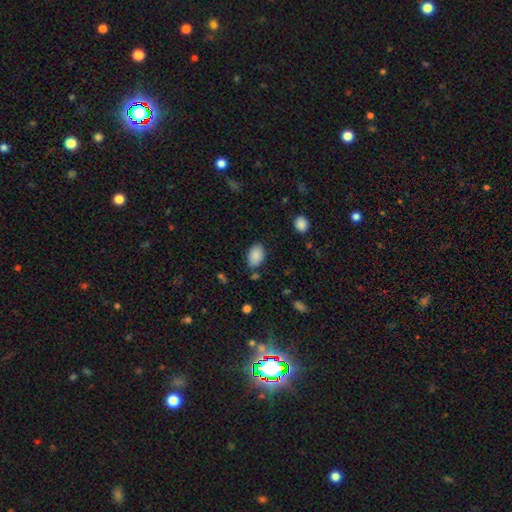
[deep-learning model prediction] The model was most divided on "merging": none: 80%, minor disturbance: 13%, major disturbance: 3%, merger: 3%. More confident: smooth or featured — smooth (88%); how rounded — in between (87%).